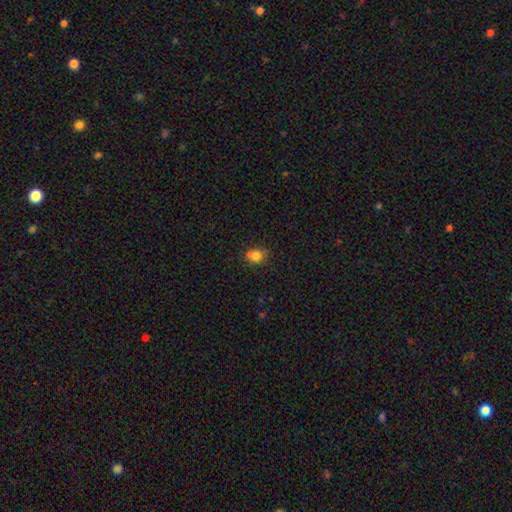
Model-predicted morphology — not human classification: Q: Smooth or featured?
A: smooth (77%); runner-up: star or artifact (13%)
Q: How rounded?
A: round (57%); runner-up: in between (42%)
Q: Merging?
A: none (58%); runner-up: minor disturbance (21%)